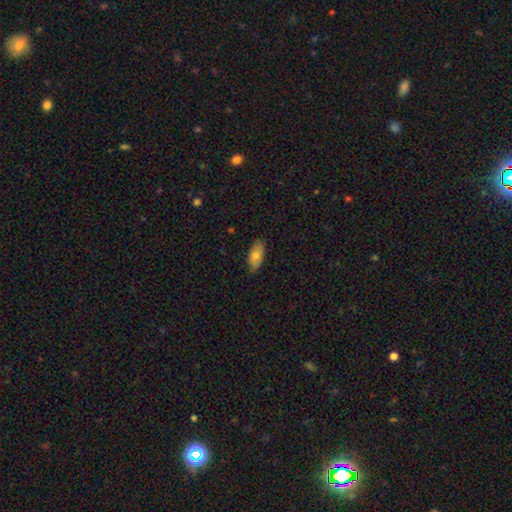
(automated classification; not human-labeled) smooth-or-featured: smooth: 74% | featured or disk: 19% | star or artifact: 7%
  how-rounded: in between: 90% | cigar-shaped: 7% | round: 3%
  merging: none: 84% | minor disturbance: 13% | major disturbance: 2% | merger: 1%